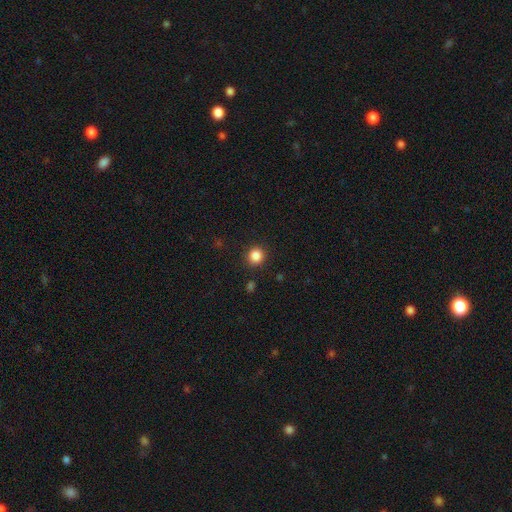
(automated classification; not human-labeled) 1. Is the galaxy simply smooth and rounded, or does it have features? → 86% smooth, 11% star or artifact, 3% featured or disk.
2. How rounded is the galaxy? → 90% round, 9% in between, 1% cigar-shaped.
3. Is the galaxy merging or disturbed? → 90% none, 6% minor disturbance, 2% major disturbance, 1% merger.